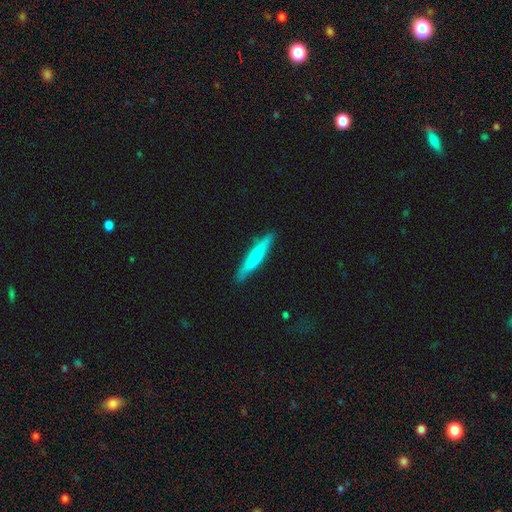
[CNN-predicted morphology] smooth_or_featured: smooth (p=0.63) [alt: featured or disk p=0.32]
how_rounded: cigar-shaped (p=0.92) [alt: in between p=0.07]
merging: none (p=0.87) [alt: minor disturbance p=0.10]